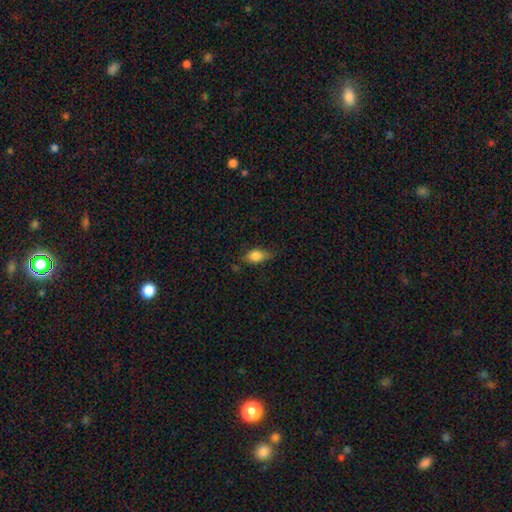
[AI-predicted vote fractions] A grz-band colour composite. It shows a smooth galaxy with no disk features (78%) that is in between round and cigar-shaped (81%). Merging: none (67%).